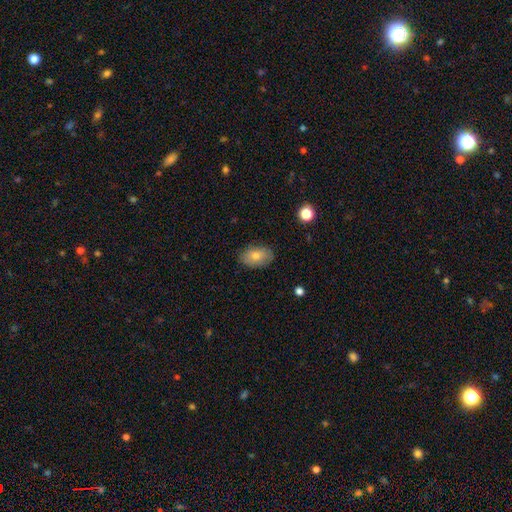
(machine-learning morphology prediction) This is likely a smooth galaxy (75%). How rounded: clearly in between (88%). Merging: clearly none (84%).